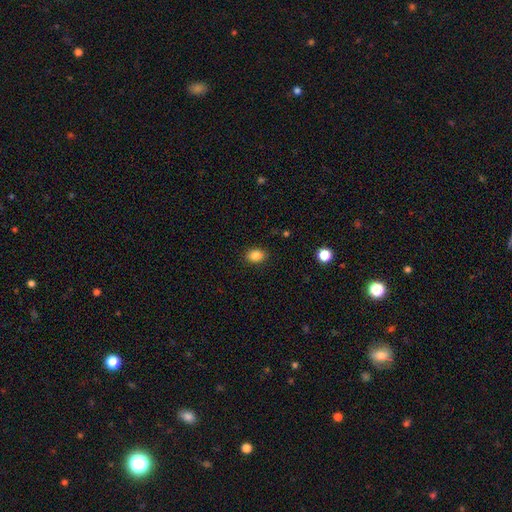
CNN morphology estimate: Smooth or featured? smooth (85%)
How rounded? in between (64%)
Merging? none (86%)